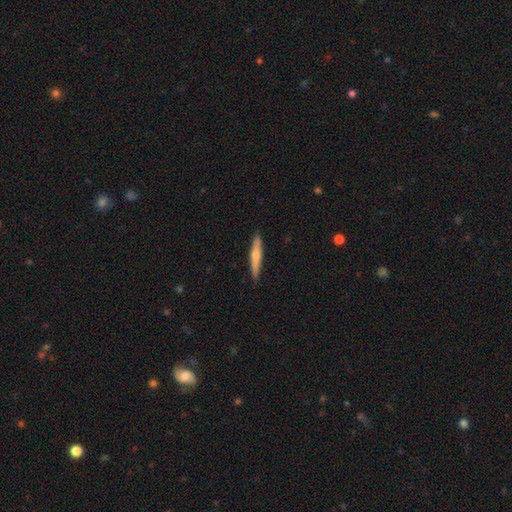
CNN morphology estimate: A smooth galaxy with no disk features (56%) that is cigar-shaped (93%).

Vote fractions:
- Smooth or featured? smooth: 56% / featured or disk: 39% / star or artifact: 5%
- How rounded? cigar-shaped: 93% / in between: 5% / round: 1%
- Merging? none: 90% / minor disturbance: 8% / major disturbance: 1% / merger: 1%